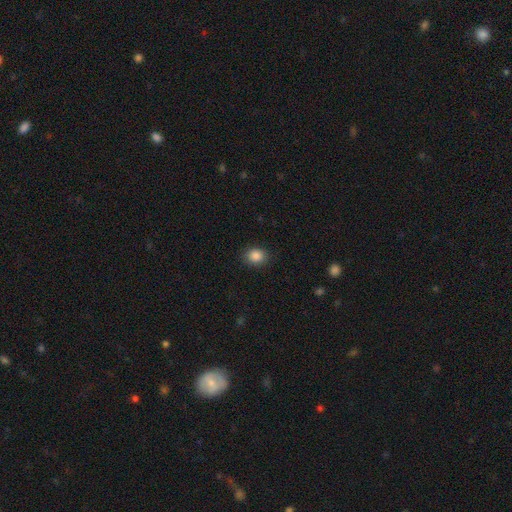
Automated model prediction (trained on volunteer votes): Smooth or featured? Predicted: smooth (p=0.86). How rounded? Predicted: round (p=0.57). Merging? Predicted: none (p=0.88).